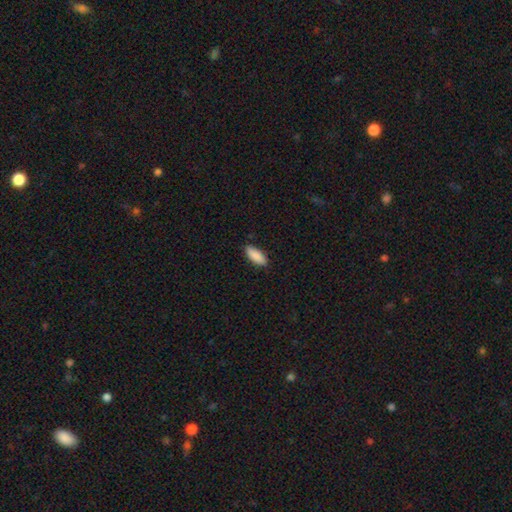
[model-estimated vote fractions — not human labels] smooth_or_featured: smooth (p=0.90) [alt: star or artifact p=0.06]
how_rounded: in between (p=0.78) [alt: cigar-shaped p=0.21]
merging: none (p=0.87) [alt: minor disturbance p=0.10]